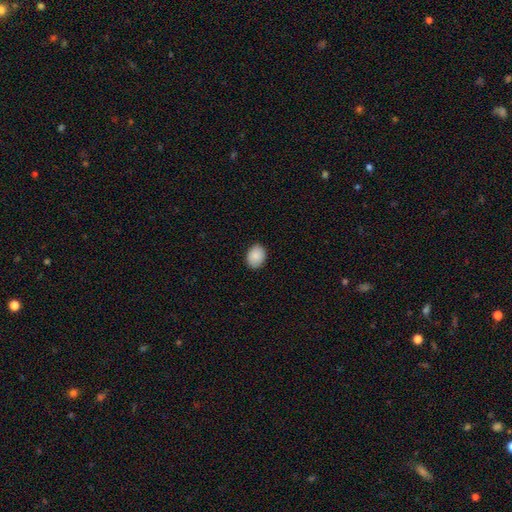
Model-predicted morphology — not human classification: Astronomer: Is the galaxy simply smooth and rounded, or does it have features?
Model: smooth — 89%.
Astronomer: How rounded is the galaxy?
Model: in between — 60% (runner-up: round, 39%).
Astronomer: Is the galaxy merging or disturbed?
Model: none — 88%.